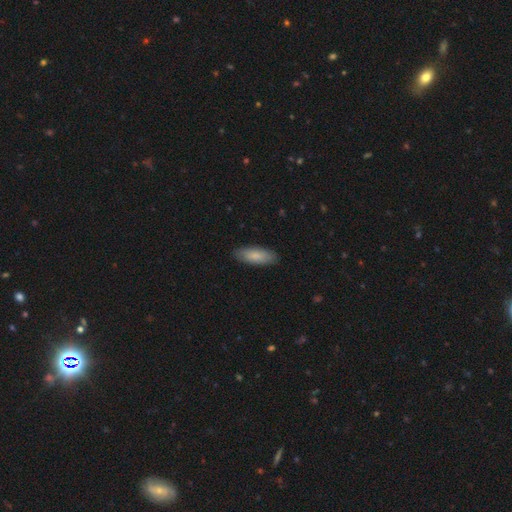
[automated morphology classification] Smooth or featured: smooth — 83% (featured or disk — 11%)
How rounded: in between — 67% (cigar-shaped — 32%)
Merging: none — 88% (minor disturbance — 9%)